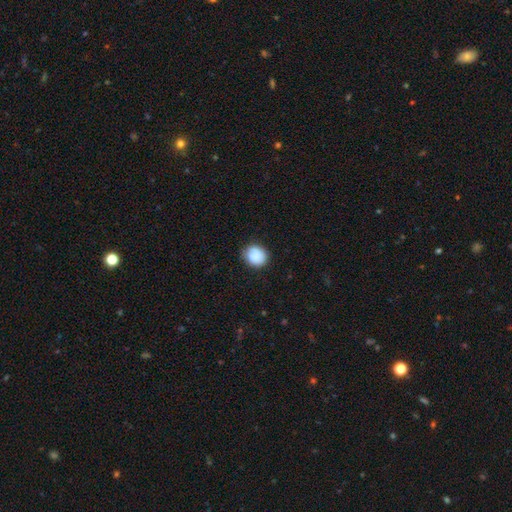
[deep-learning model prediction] Smooth or featured: smooth — 84% (star or artifact — 8%)
How rounded: round — 72% (in between — 27%)
Merging: none — 76% (minor disturbance — 18%)